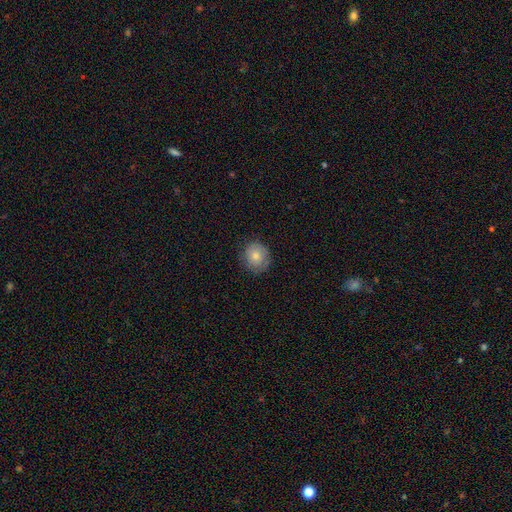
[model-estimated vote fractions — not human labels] Smooth or featured: smooth — 77% (featured or disk — 15%)
How rounded: round — 78% (in between — 22%)
Merging: none — 79% (minor disturbance — 16%)